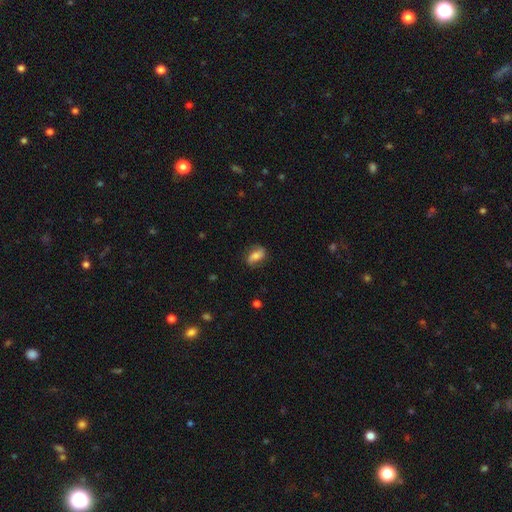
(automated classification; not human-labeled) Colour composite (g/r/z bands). It shows a smooth galaxy with no disk features (49%). Merging: none (73%).